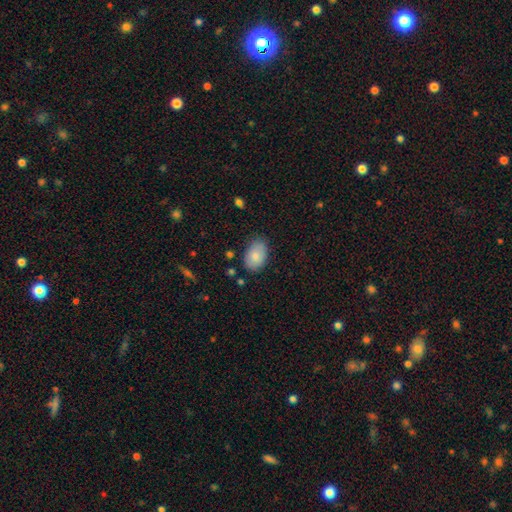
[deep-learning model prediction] A smooth galaxy with no disk features (83%) that is in between round and cigar-shaped (88%).

Vote fractions:
- Smooth or featured? smooth: 83% / featured or disk: 10% / star or artifact: 7%
- How rounded? in between: 88% / round: 11% / cigar-shaped: 1%
- Merging? none: 77% / minor disturbance: 17% / major disturbance: 3% / merger: 2%